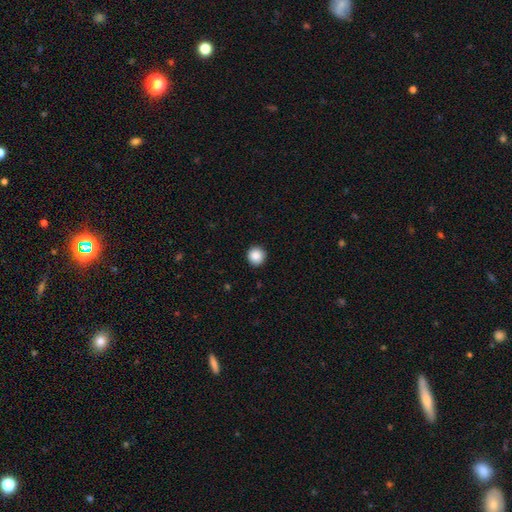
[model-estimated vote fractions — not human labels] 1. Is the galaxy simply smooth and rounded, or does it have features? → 88% smooth, 9% star or artifact, 3% featured or disk.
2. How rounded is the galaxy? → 95% round, 4% in between, 1% cigar-shaped.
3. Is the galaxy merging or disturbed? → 93% none, 4% minor disturbance, 1% major disturbance, 1% merger.